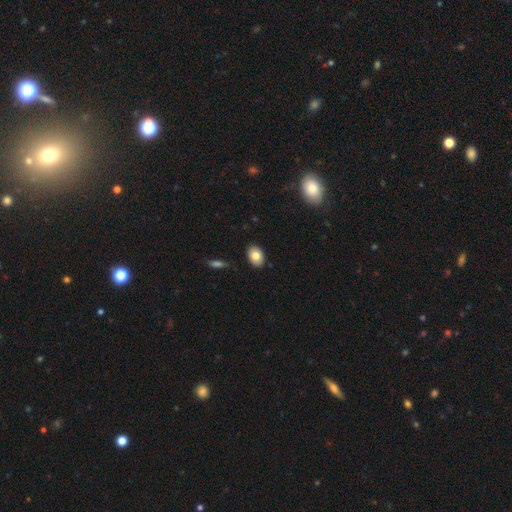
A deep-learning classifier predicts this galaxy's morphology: The model was most divided on "how rounded": in between: 82%, round: 17%, cigar-shaped: 1%. More confident: merging — none (88%); smooth or featured — smooth (79%).